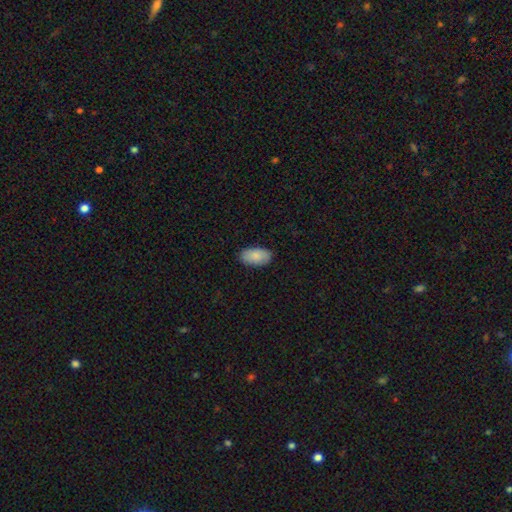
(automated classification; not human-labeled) Overall: smooth (87%). How rounded: in between (95%). Merging: none (86%).